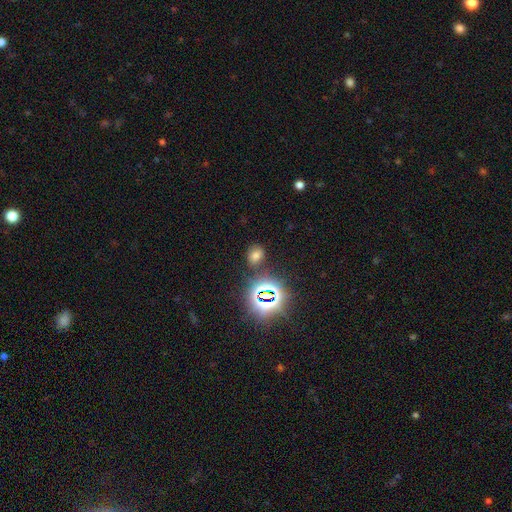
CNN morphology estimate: Smooth or featured? Predicted: smooth (p=0.57). How rounded? Predicted: in between (p=0.57). Merging? Predicted: none (p=0.77).